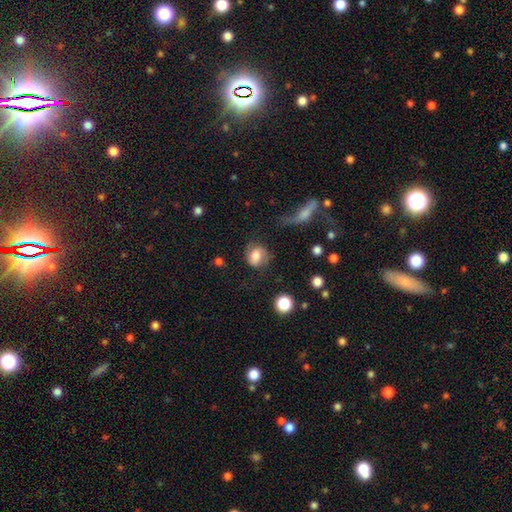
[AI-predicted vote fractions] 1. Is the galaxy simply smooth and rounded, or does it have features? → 55% smooth, 36% featured or disk, 9% star or artifact.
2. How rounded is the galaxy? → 66% round, 33% in between, 1% cigar-shaped.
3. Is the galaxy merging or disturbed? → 61% none, 21% minor disturbance, 14% major disturbance, 3% merger.